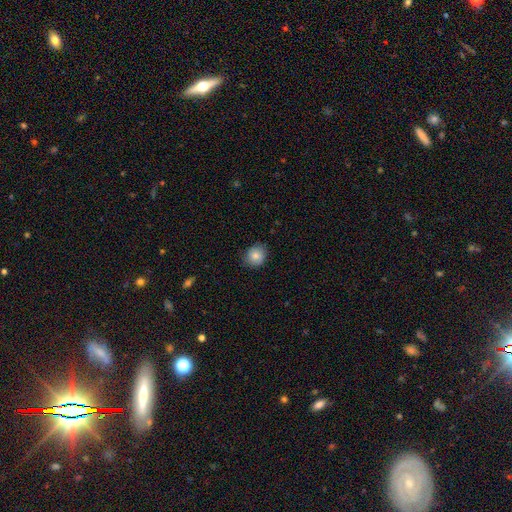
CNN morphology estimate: A smooth galaxy with no disk features (82%) that is round (74%).

Vote fractions:
- Smooth or featured? smooth: 82% / featured or disk: 9% / star or artifact: 8%
- How rounded? round: 74% / in between: 25% / cigar-shaped: 1%
- Merging? none: 80% / minor disturbance: 16% / major disturbance: 3% / merger: 1%